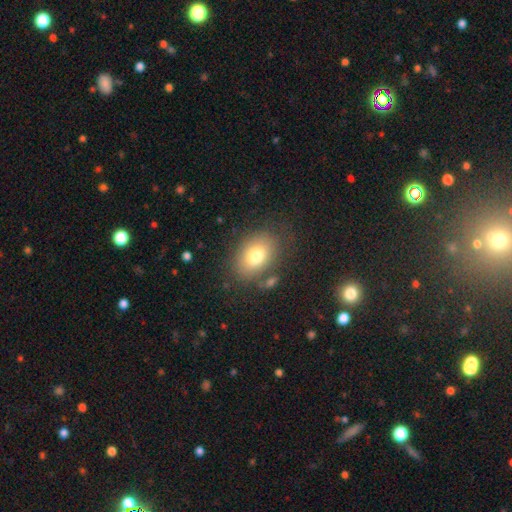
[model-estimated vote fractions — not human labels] This appears to be a smooth galaxy with no disk features (76%) that is in between round and cigar-shaped (79%). Merging: none (72%).